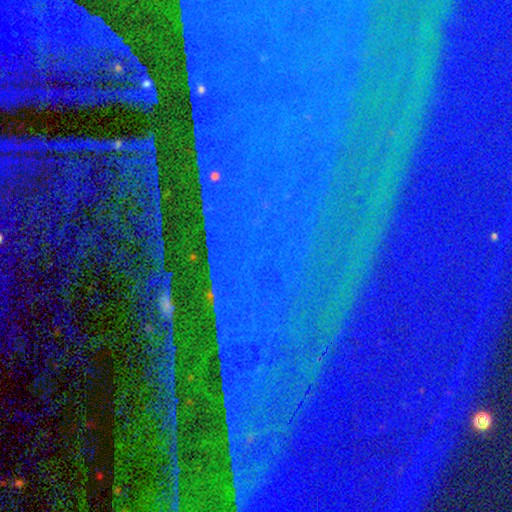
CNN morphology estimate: Smooth or featured? star or artifact (89%)